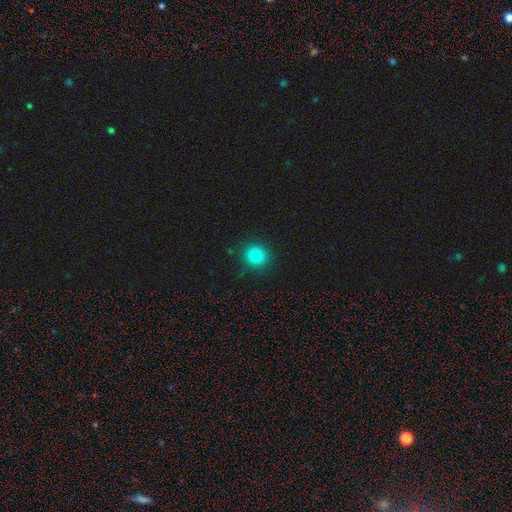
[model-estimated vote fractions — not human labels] smooth_or_featured: smooth (p=0.81) [alt: star or artifact p=0.13]
how_rounded: round (p=0.90) [alt: in between p=0.10]
merging: none (p=0.88) [alt: minor disturbance p=0.08]